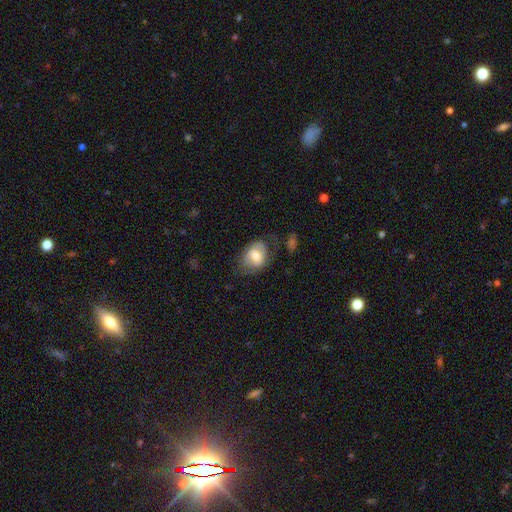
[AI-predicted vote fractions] Q: Smooth or featured?
A: smooth (66%); runner-up: featured or disk (26%)
Q: How rounded?
A: in between (66%); runner-up: round (33%)
Q: Merging?
A: none (57%); runner-up: minor disturbance (27%)